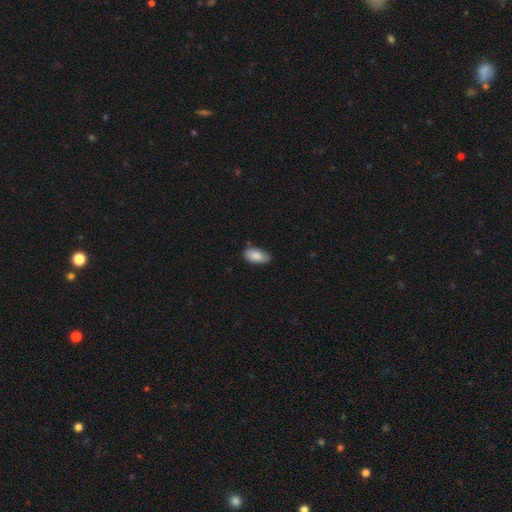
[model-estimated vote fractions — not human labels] Smooth or featured?
  - smooth: 86% *
  - featured or disk: 8%
  - star or artifact: 6%
How rounded?
  - in between: 94% *
  - cigar-shaped: 4%
  - round: 3%
Merging?
  - none: 72% *
  - minor disturbance: 23%
  - major disturbance: 3%
  - merger: 2%